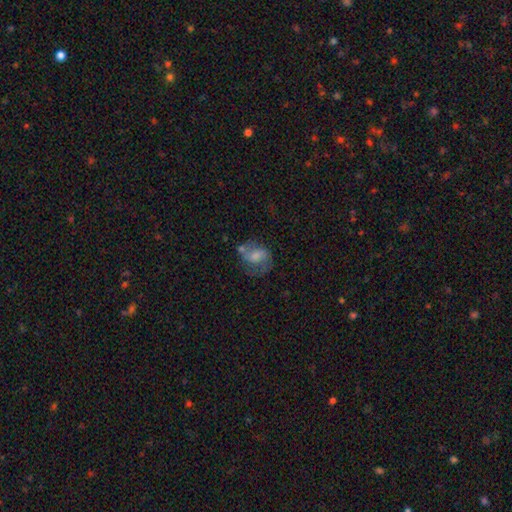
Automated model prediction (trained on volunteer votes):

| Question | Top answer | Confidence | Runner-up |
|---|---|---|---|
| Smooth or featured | featured or disk | 53% | smooth (38%) |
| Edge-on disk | no | 97% | yes (3%) |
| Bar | weak | 44% | no (43%) |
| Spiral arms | yes | 78% | no (22%) |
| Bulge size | moderate | 39% | small (30%) |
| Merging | none | 45% | minor disturbance (24%) |